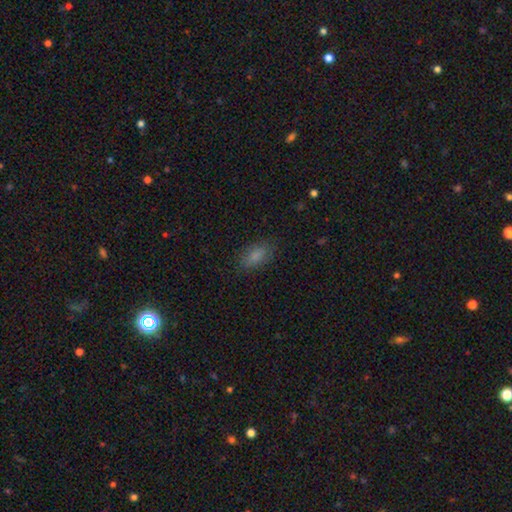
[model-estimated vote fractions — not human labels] smooth 83%, star or artifact 10%, featured or disk 7%. Down the decision tree: how rounded — in between (87%); merging — none (82%).